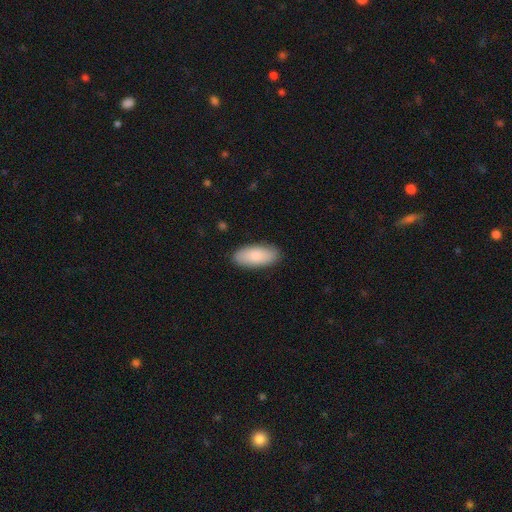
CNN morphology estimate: type=smooth (86%); roundness=in between (87%); merging=none (88%).